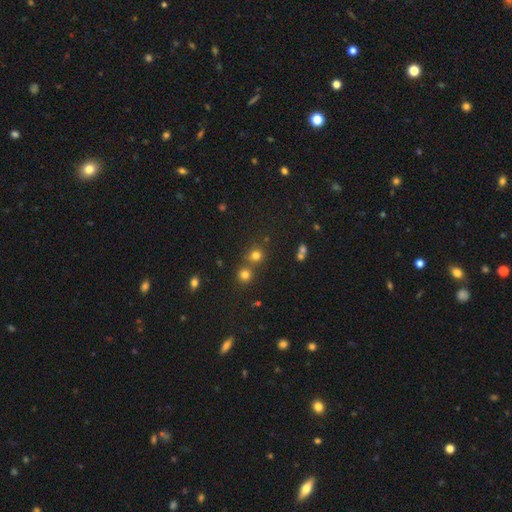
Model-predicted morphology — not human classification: Q: Smooth or featured?
A: smooth (74%); runner-up: star or artifact (19%)
Q: How rounded?
A: round (89%); runner-up: in between (10%)
Q: Merging?
A: none (67%); runner-up: merger (23%)